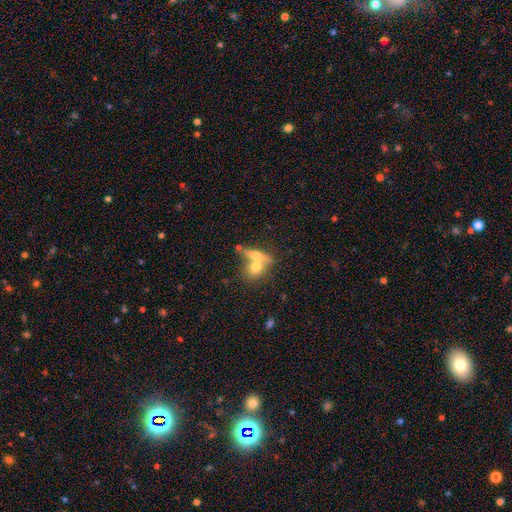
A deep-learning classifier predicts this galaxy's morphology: Overall: smooth (59%; featured or disk 33%). How rounded: in between (53%; cigar-shaped 27%). Merging: merger (58%; none 30%).